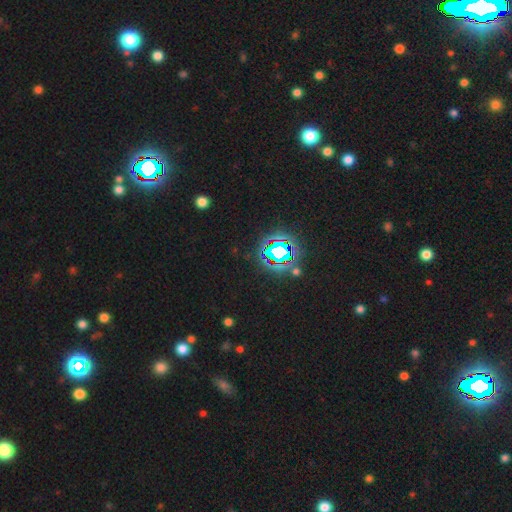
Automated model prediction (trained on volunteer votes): A star or artifact, not a galaxy (81%).